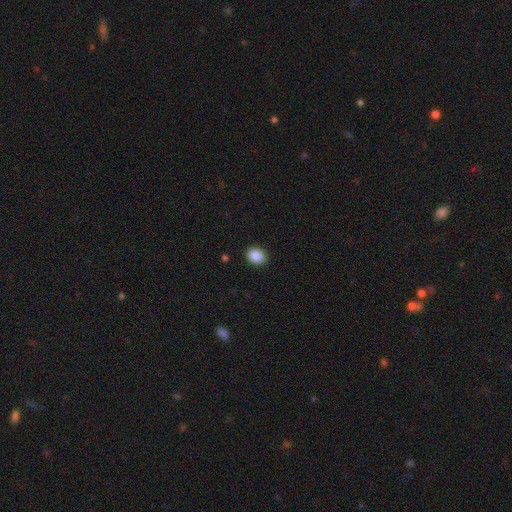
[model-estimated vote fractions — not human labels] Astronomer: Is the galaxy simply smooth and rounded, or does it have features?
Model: smooth — 88%.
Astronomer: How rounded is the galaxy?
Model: round — 51% (runner-up: in between, 49%).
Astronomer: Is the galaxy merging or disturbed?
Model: none — 91%.